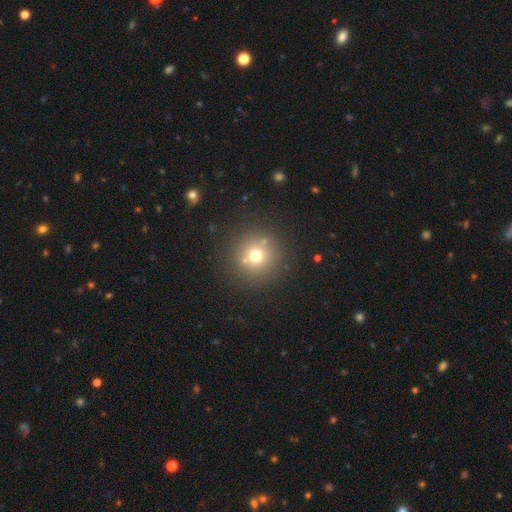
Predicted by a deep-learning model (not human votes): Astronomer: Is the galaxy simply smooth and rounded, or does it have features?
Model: smooth — 67%.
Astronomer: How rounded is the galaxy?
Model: round — 95%.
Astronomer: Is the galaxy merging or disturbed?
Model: none — 84%.